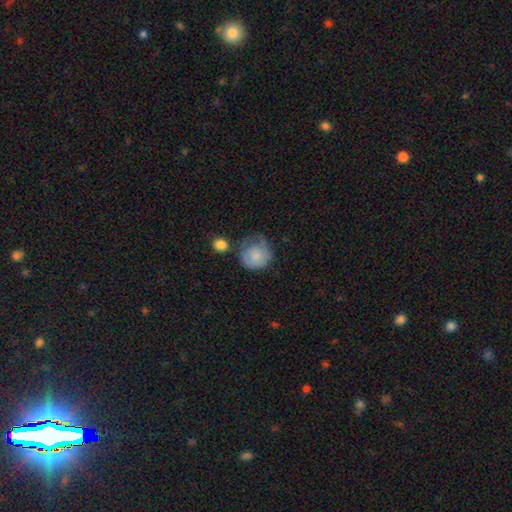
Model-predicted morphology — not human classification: A smooth galaxy with no disk features (75%) that is round (86%).

Vote fractions:
- Smooth or featured? smooth: 75% / featured or disk: 18% / star or artifact: 7%
- How rounded? round: 86% / in between: 13% / cigar-shaped: 1%
- Merging? none: 43% / minor disturbance: 32% / major disturbance: 19% / merger: 6%